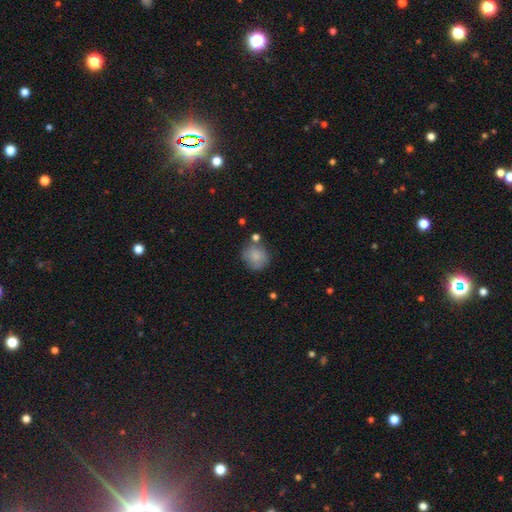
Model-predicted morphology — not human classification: A smooth galaxy with no disk features (79%) that is round (81%).

Vote fractions:
- Smooth or featured? smooth: 79% / featured or disk: 13% / star or artifact: 8%
- How rounded? round: 81% / in between: 18% / cigar-shaped: 1%
- Merging? none: 65% / minor disturbance: 19% / merger: 11% / major disturbance: 6%